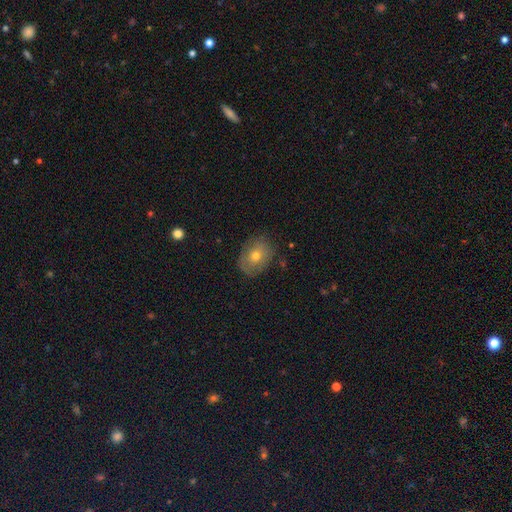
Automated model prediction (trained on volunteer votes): Smooth or featured? Predicted: smooth (p=0.61). How rounded? Predicted: in between (p=0.63). Merging? Predicted: none (p=0.77).